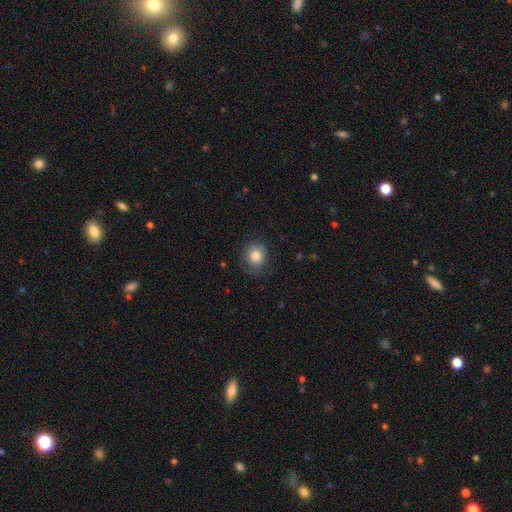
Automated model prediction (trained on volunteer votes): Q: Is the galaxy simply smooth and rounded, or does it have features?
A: smooth — 81%.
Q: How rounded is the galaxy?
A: round — 66%.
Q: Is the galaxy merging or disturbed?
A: none — 69%.